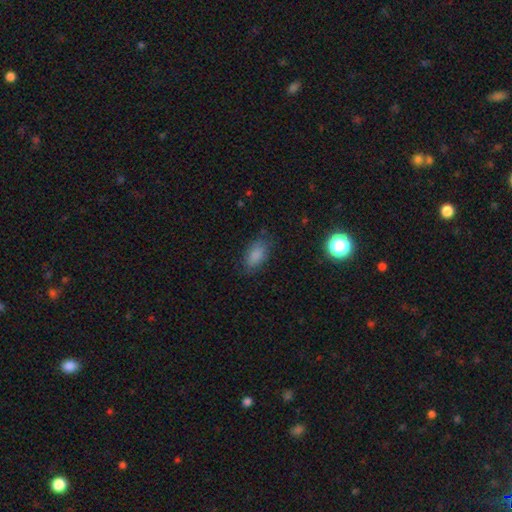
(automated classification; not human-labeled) This is clearly a smooth galaxy (82%). How rounded: clearly in between (88%). Merging: likely none (80%).